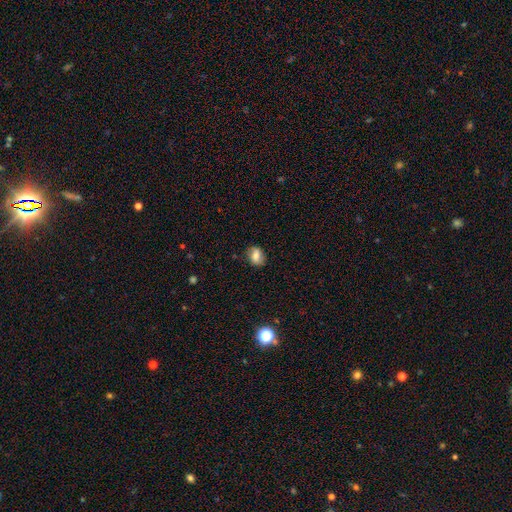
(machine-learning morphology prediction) Smooth or featured: smooth — 66% (featured or disk — 24%)
How rounded: in between — 59% (round — 39%)
Merging: none — 80% (minor disturbance — 15%)